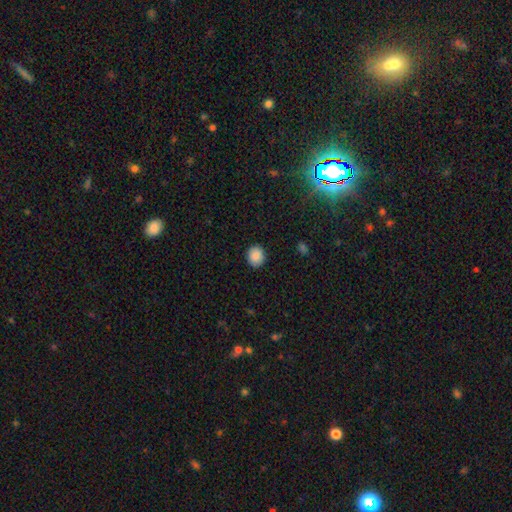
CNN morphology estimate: A smooth galaxy with no disk features (88%) that is round (76%). Merging: none (90%).